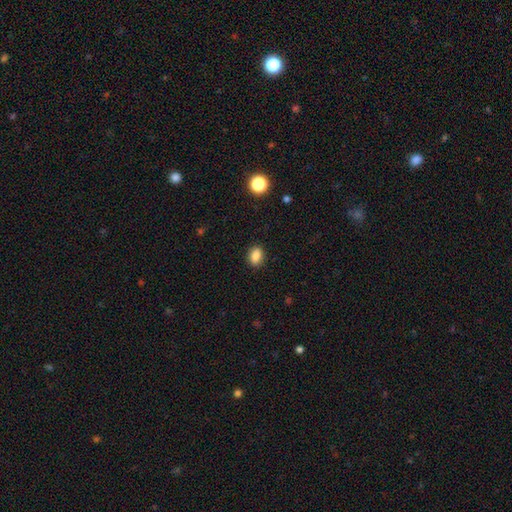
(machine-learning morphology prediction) Overall: smooth (86%). How rounded: in between (71%). Merging: none (89%).